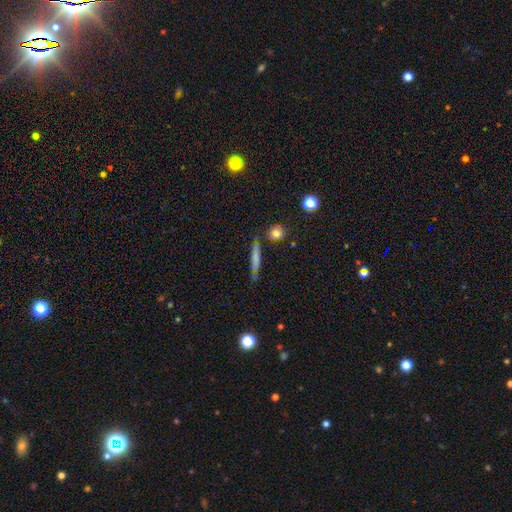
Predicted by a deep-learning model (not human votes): Overall: smooth (58%; featured or disk 31%). How rounded: cigar-shaped (88%). Merging: none (80%).